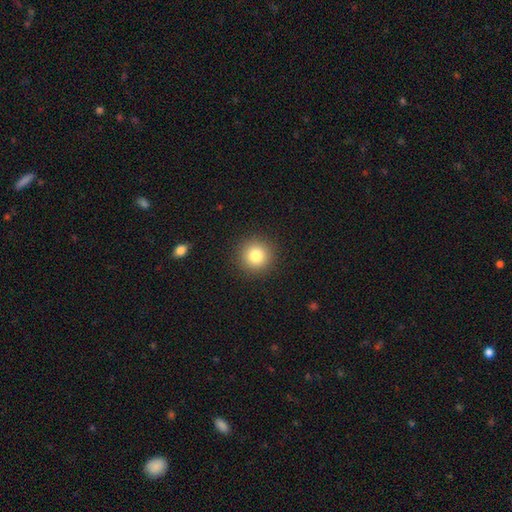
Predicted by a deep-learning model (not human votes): smooth_or_featured: smooth (p=0.81) [alt: star or artifact p=0.11]
how_rounded: round (p=0.95) [alt: in between p=0.04]
merging: none (p=0.92) [alt: minor disturbance p=0.05]